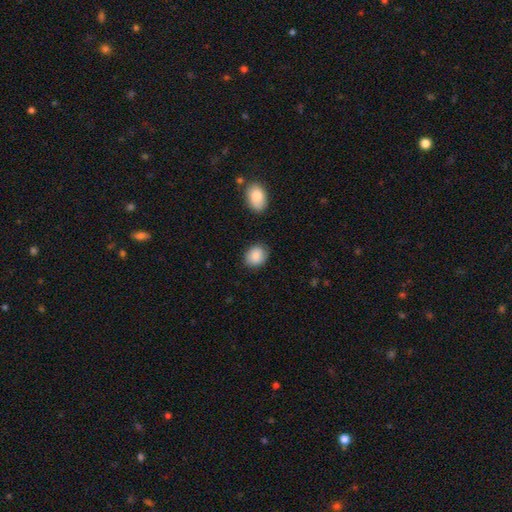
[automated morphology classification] Smooth or featured: smooth — 87% (star or artifact — 7%)
How rounded: round — 54% (in between — 45%)
Merging: none — 82% (minor disturbance — 13%)